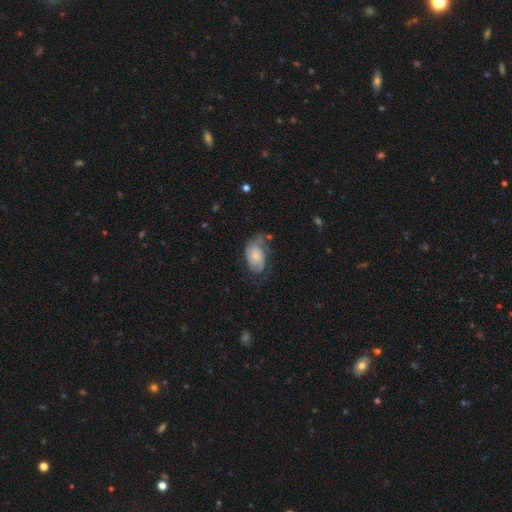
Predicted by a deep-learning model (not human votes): The model was most divided on "spiral winding": tight: 47%, medium: 37%, loose: 17%. Remaining: edge-on disk — no (97%); spiral arms — yes (87%); bar — no (71%); smooth or featured — featured or disk (60%); spiral arm count — 2 (55%); bulge size — small (51%); merging — none (45%).